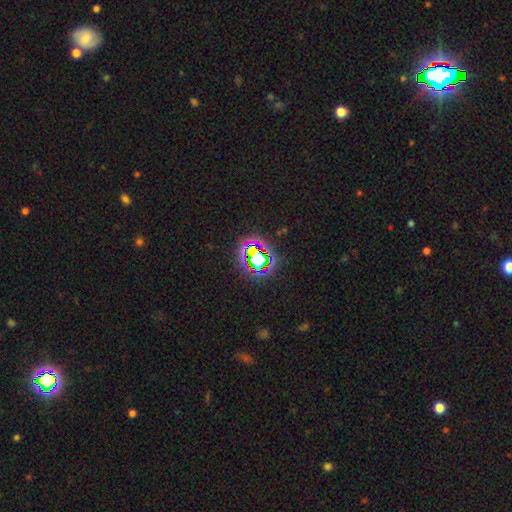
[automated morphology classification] smooth_or_featured: star or artifact (p=0.66) [alt: smooth p=0.20]